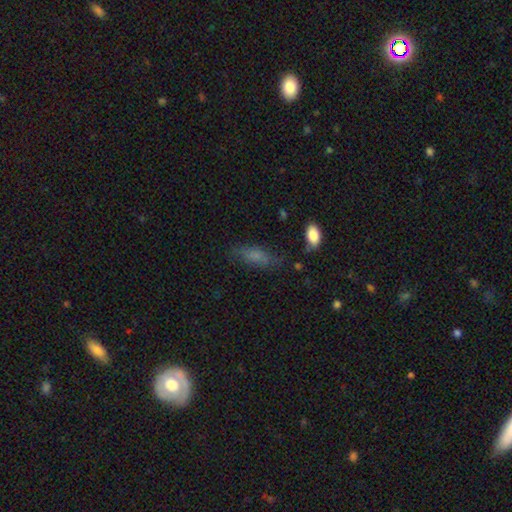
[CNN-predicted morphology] Smooth or featured?
  - smooth: 72% *
  - featured or disk: 16%
  - star or artifact: 11%
How rounded?
  - in between: 63% *
  - cigar-shaped: 33%
  - round: 3%
Merging?
  - none: 67% *
  - minor disturbance: 22%
  - major disturbance: 8%
  - merger: 3%